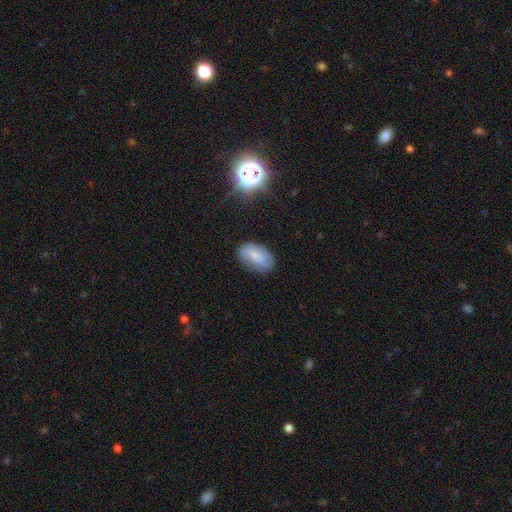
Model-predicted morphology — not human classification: Q: Smooth or featured?
A: smooth (59%); runner-up: featured or disk (30%)
Q: How rounded?
A: in between (90%); runner-up: round (7%)
Q: Merging?
A: none (72%); runner-up: minor disturbance (20%)